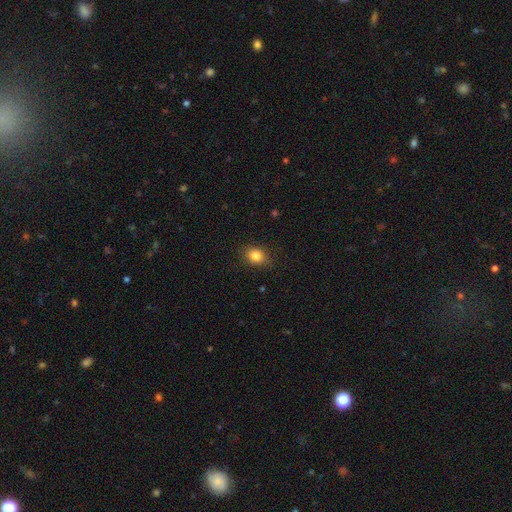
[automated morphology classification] A smooth galaxy with no disk features (84%) that is round (51%). Merging: none (84%).